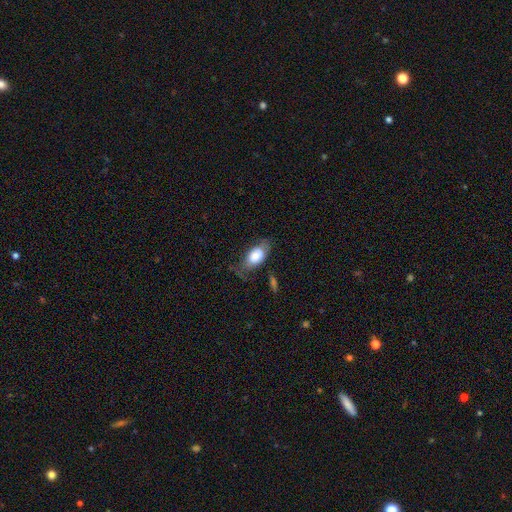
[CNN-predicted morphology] A smooth galaxy with no disk features (73%) that is in between round and cigar-shaped (91%). Merging: none (48%).